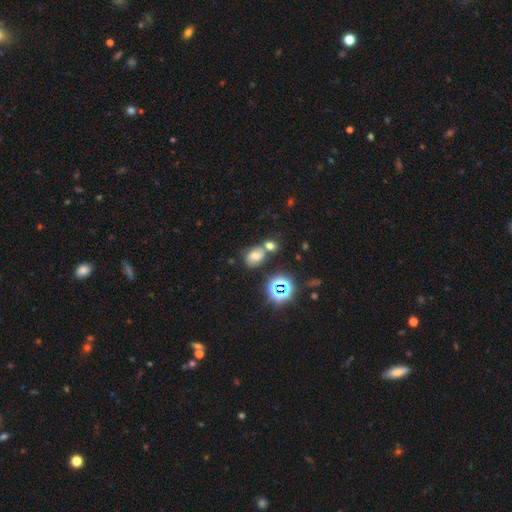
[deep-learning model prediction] Overall: smooth (56%; star or artifact 27%). How rounded: in between (67%; round 32%). Merging: none (50%; merger 29%).